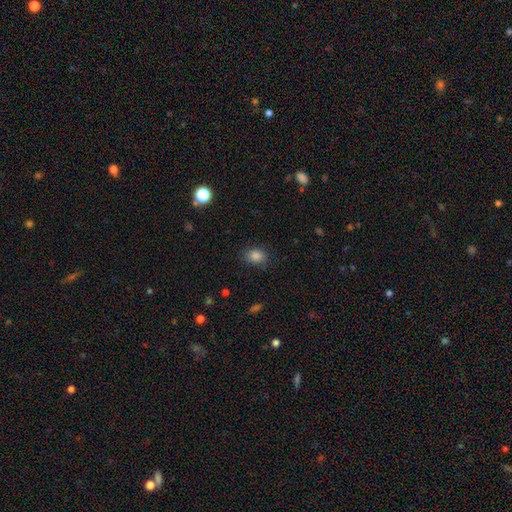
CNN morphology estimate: smooth_or_featured: smooth (p=0.84) [alt: star or artifact p=0.12]
how_rounded: in between (p=0.56) [alt: round p=0.43]
merging: none (p=0.83) [alt: minor disturbance p=0.13]